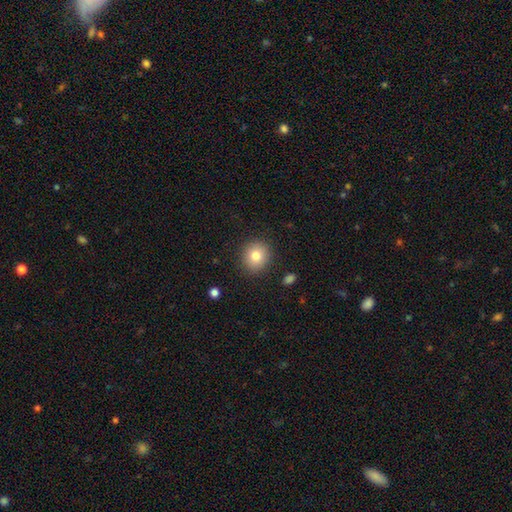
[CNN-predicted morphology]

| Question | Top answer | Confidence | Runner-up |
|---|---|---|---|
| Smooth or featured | smooth | 80% | featured or disk (10%) |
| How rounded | round | 87% | in between (12%) |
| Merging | none | 88% | minor disturbance (8%) |